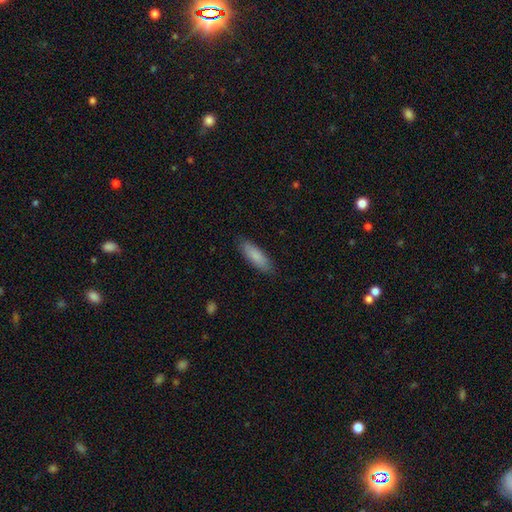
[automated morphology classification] Smooth or featured?
  - smooth: 85% *
  - featured or disk: 9%
  - star or artifact: 6%
How rounded?
  - in between: 51% *
  - cigar-shaped: 47%
  - round: 1%
Merging?
  - none: 87% *
  - minor disturbance: 10%
  - major disturbance: 2%
  - merger: 1%